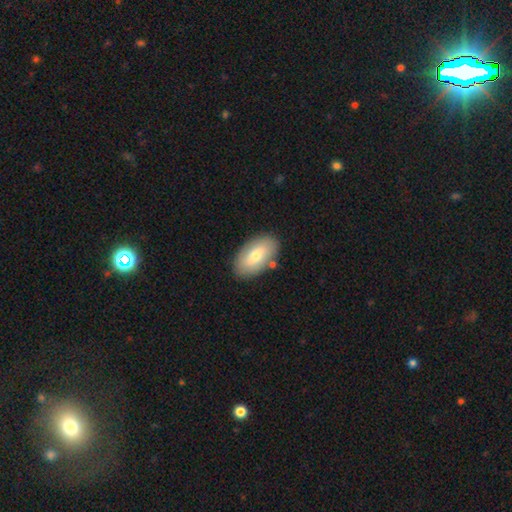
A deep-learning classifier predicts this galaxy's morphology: This is likely a smooth galaxy (68%). How rounded: clearly in between (94%). Merging: clearly none (82%).